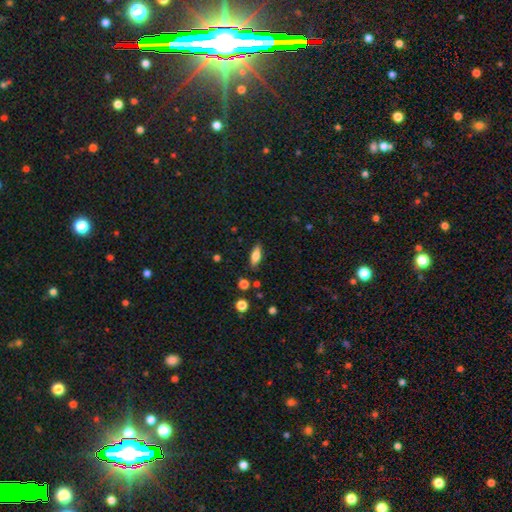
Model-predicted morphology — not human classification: Q: Smooth or featured?
A: smooth (73%); runner-up: featured or disk (19%)
Q: How rounded?
A: in between (66%); runner-up: cigar-shaped (31%)
Q: Merging?
A: none (83%); runner-up: minor disturbance (12%)